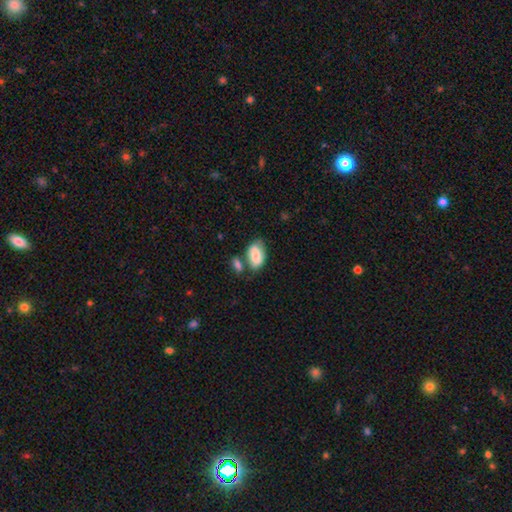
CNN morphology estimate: Overall: smooth (75%). How rounded: in between (91%). Merging: none (49%; merger 23%).